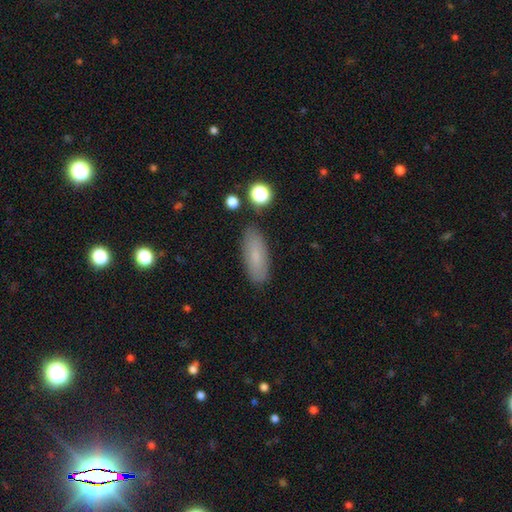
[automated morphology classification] This appears to be a smooth galaxy with no disk features (77%) that is in between round and cigar-shaped (69%). Merging: none (86%).